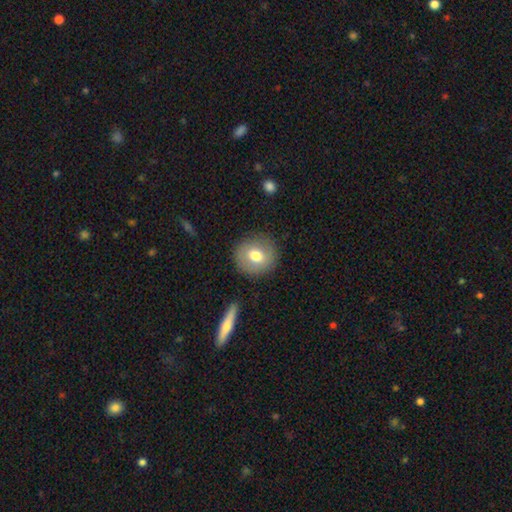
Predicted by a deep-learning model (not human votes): smooth-or-featured: smooth: 71% | featured or disk: 22% | star or artifact: 8%
  how-rounded: round: 85% | in between: 14% | cigar-shaped: 1%
  merging: none: 86% | minor disturbance: 9% | major disturbance: 3% | merger: 2%